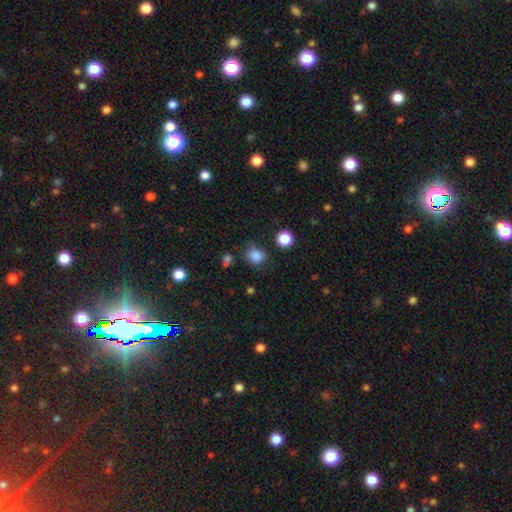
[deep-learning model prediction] Smooth or featured? Predicted: smooth (p=0.83). How rounded? Predicted: round (p=0.79). Merging? Predicted: none (p=0.71).